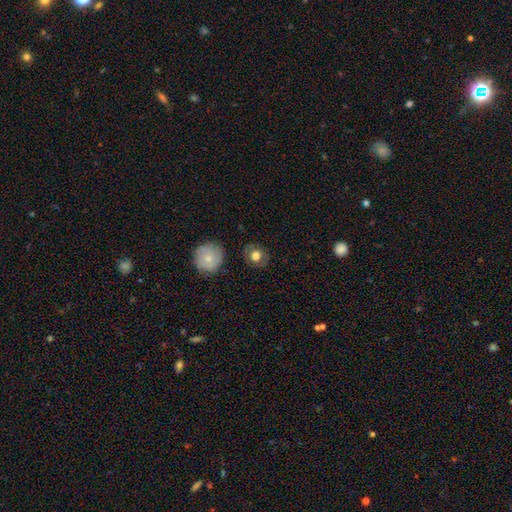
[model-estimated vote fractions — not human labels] smooth_or_featured: smooth (p=0.67) [alt: featured or disk p=0.24]
how_rounded: round (p=0.77) [alt: in between p=0.22]
merging: none (p=0.82) [alt: minor disturbance p=0.12]